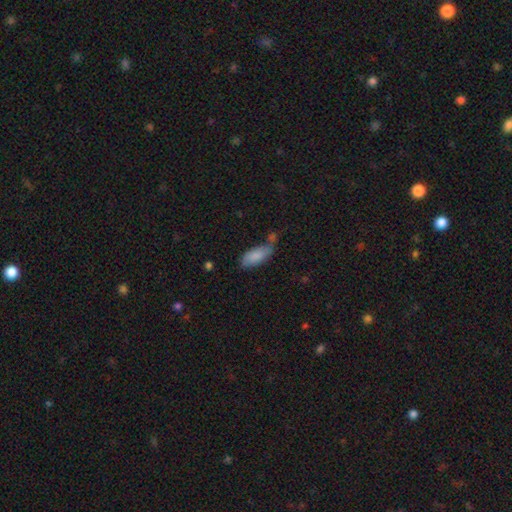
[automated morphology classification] type=smooth (81%); roundness=in between (84%); merging=none (46%).